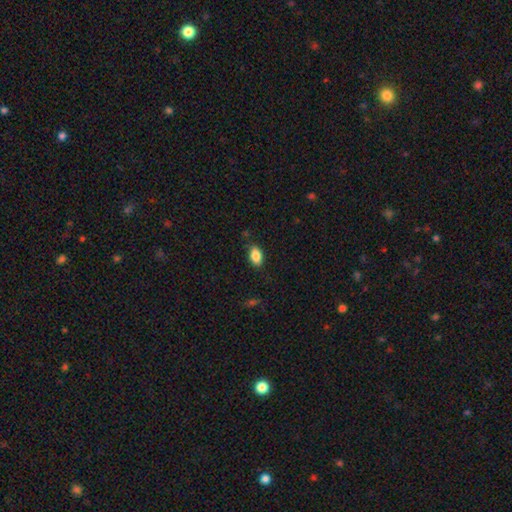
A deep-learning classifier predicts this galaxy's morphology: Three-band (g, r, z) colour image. It shows a smooth galaxy with no disk features (85%) that is in between round and cigar-shaped (90%). Merging: none (83%).